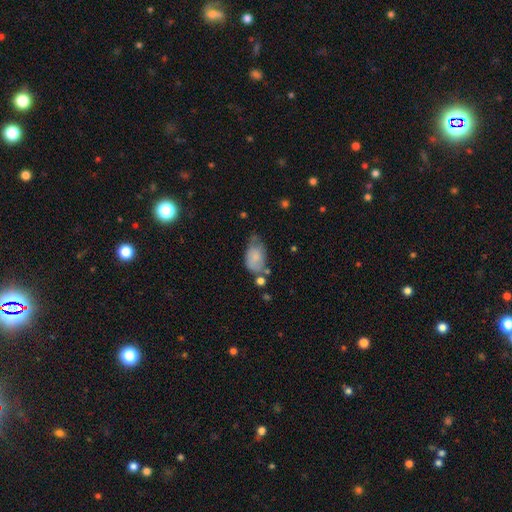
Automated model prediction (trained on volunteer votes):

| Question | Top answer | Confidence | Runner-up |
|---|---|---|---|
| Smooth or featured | smooth | 76% | featured or disk (16%) |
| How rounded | in between | 91% | round (7%) |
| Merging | minor disturbance | 38% | none (35%) |